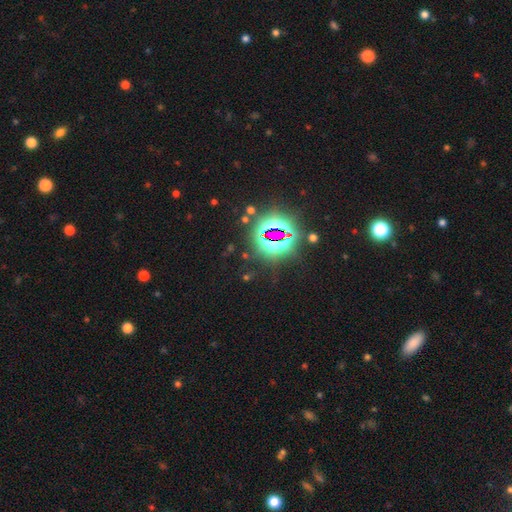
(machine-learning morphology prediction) This is clearly a star or artifact rather than a galaxy (85%).